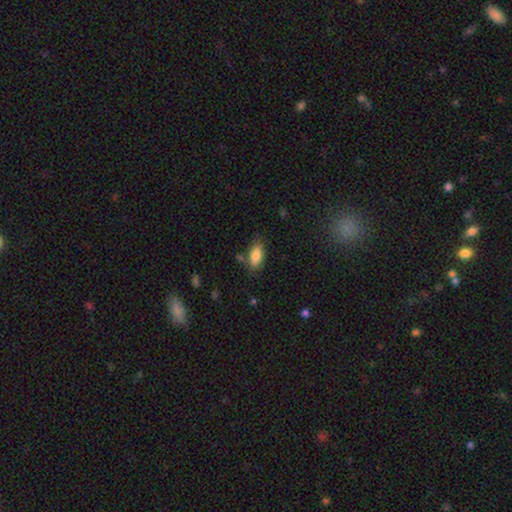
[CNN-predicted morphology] This is clearly a smooth galaxy (82%). How rounded: clearly in between (87%). Merging: likely none (72%).